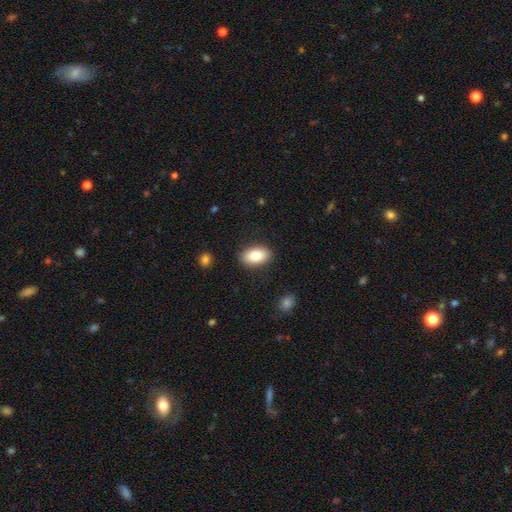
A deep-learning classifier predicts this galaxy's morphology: Smooth or featured? smooth (83%)
How rounded? in between (92%)
Merging? none (87%)